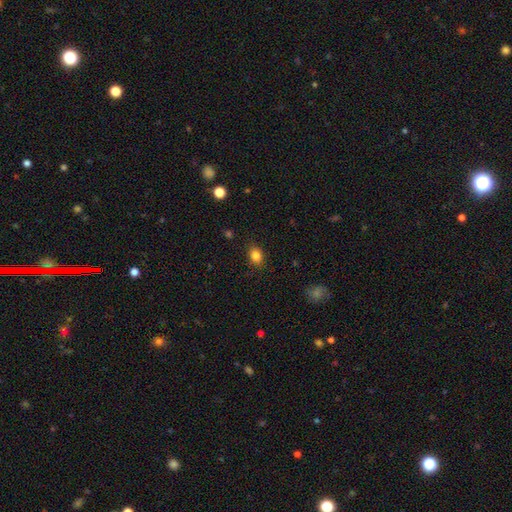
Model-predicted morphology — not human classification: Smooth or featured: smooth — 85% (star or artifact — 10%)
How rounded: in between — 64% (round — 35%)
Merging: none — 86% (minor disturbance — 10%)